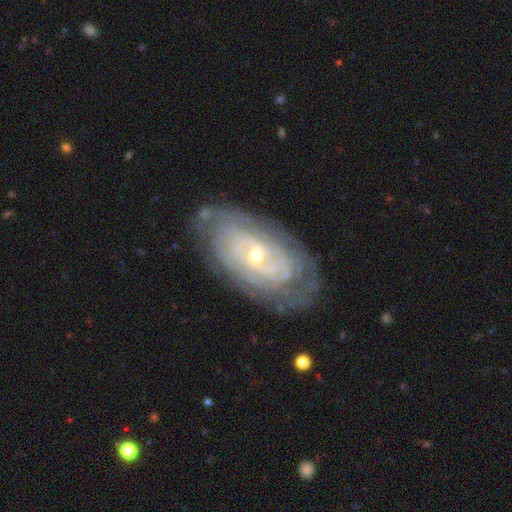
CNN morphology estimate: Overall: featured or disk (83%). Edge-on disk: no (94%). Bar: no (59%; weak 32%). Spiral arms: yes (90%). Spiral arm count: can't tell (52%; 2 18%). Spiral winding: tight (78%). Bulge size: small (66%; moderate 31%). Merging: none (75%).